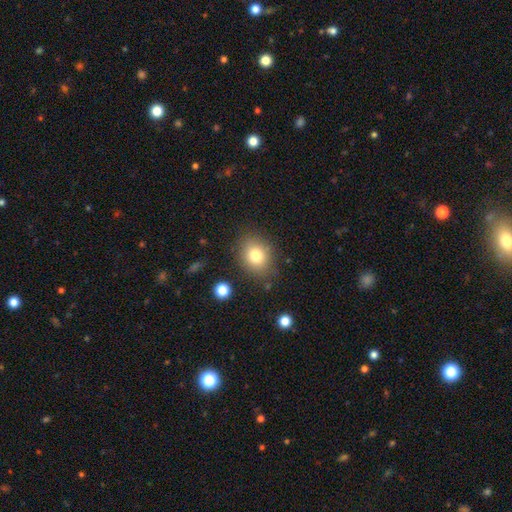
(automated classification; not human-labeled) Smooth or featured: smooth — 79% (star or artifact — 11%)
How rounded: round — 58% (in between — 41%)
Merging: none — 80% (minor disturbance — 13%)